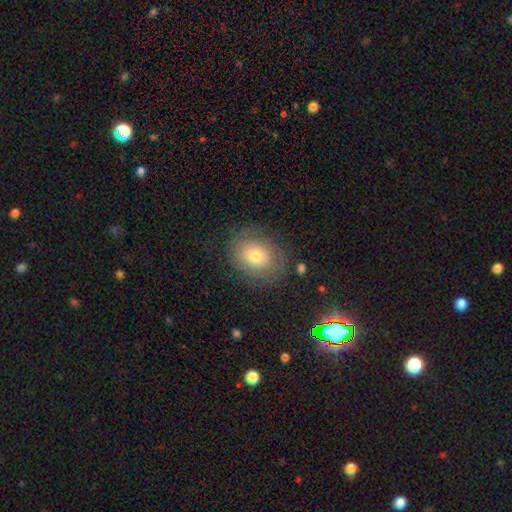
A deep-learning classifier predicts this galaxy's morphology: A smooth galaxy with no disk features (59%) that is round (50%).

Vote fractions:
- Smooth or featured? smooth: 59% / featured or disk: 29% / star or artifact: 12%
- How rounded? round: 50% / in between: 49% / cigar-shaped: 1%
- Merging? none: 76% / minor disturbance: 15% / major disturbance: 7% / merger: 1%